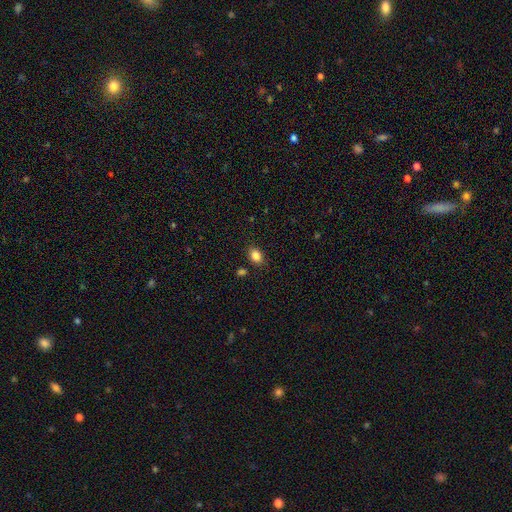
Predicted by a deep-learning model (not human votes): A smooth galaxy with no disk features (85%) that is in between round and cigar-shaped (73%).

Vote fractions:
- Smooth or featured? smooth: 85% / star or artifact: 10% / featured or disk: 5%
- How rounded? in between: 73% / round: 25% / cigar-shaped: 1%
- Merging? none: 83% / minor disturbance: 11% / merger: 3% / major disturbance: 3%